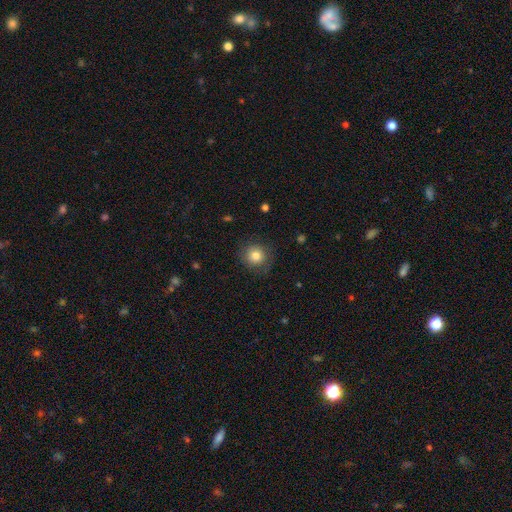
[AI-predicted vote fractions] smooth_or_featured: smooth (p=0.79) [alt: featured or disk p=0.11]
how_rounded: round (p=0.92) [alt: in between p=0.07]
merging: none (p=0.82) [alt: minor disturbance p=0.12]